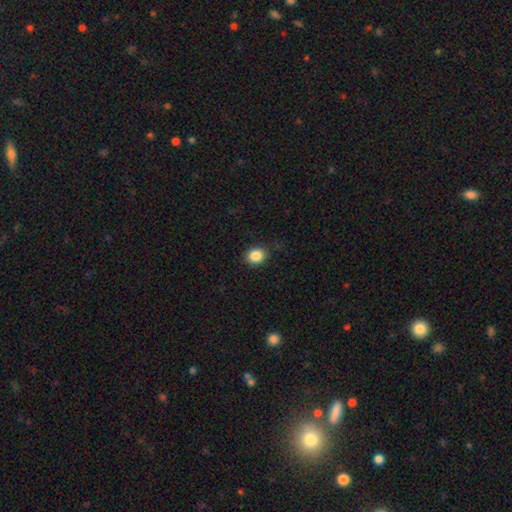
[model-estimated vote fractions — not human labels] A smooth galaxy with no disk features (86%) that is round (64%). Merging: none (83%).